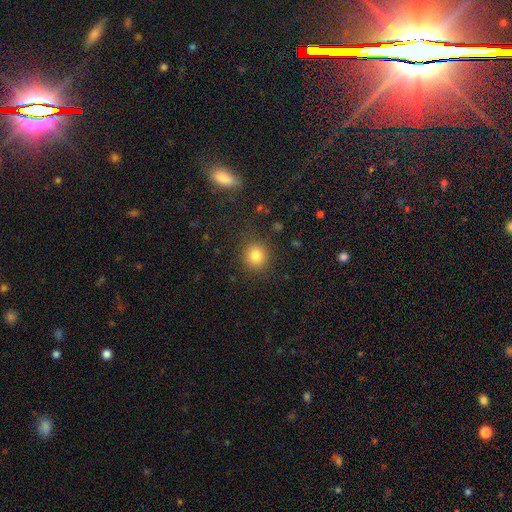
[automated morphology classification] A smooth galaxy with no disk features (82%) that is round (89%).

Vote fractions:
- Smooth or featured? smooth: 82% / star or artifact: 12% / featured or disk: 6%
- How rounded? round: 89% / in between: 10% / cigar-shaped: 1%
- Merging? none: 87% / minor disturbance: 7% / major disturbance: 3% / merger: 2%